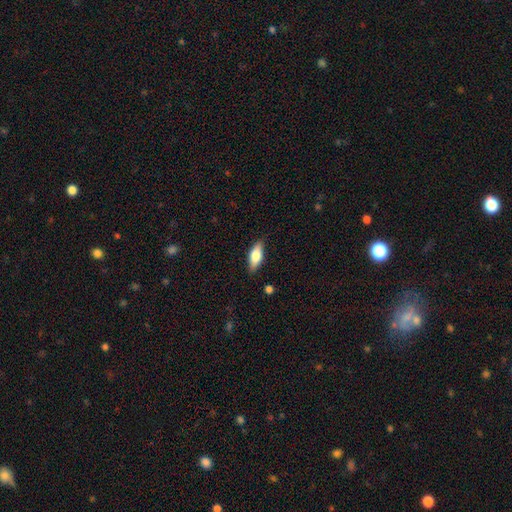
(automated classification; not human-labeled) Smooth or featured? Predicted: smooth (p=0.70). How rounded? Predicted: in between (p=0.76). Merging? Predicted: none (p=0.86).